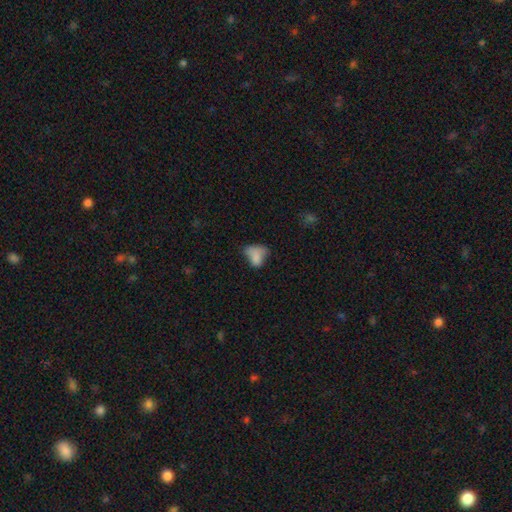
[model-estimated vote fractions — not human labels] Overall: smooth (73%). How rounded: in between (80%). Merging: minor disturbance (33%; major disturbance 30%).